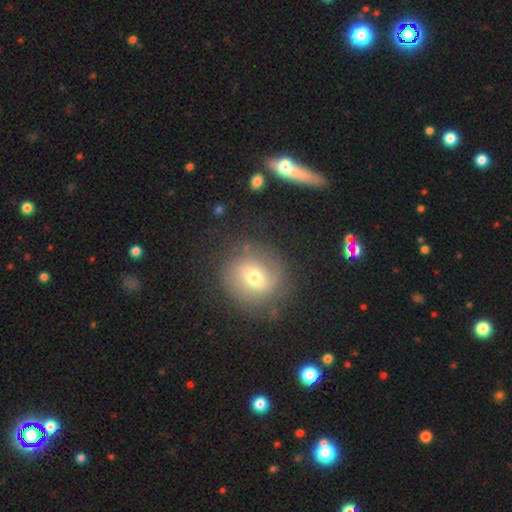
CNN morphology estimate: This appears to be a smooth galaxy with no disk features (41%). Merging: none (84%).